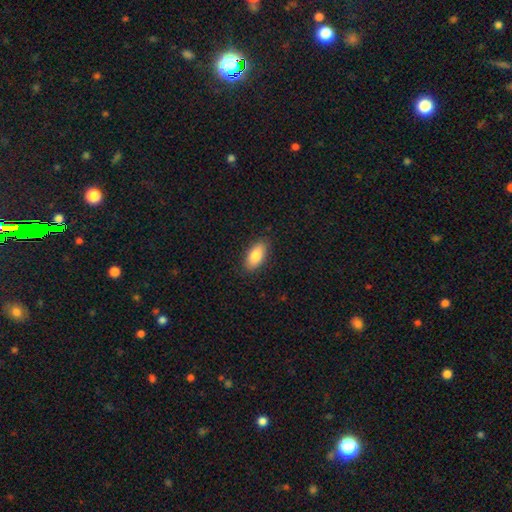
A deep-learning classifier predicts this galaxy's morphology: This appears to be a smooth galaxy with no disk features (83%) that is in between round and cigar-shaped (90%). Merging: none (88%).